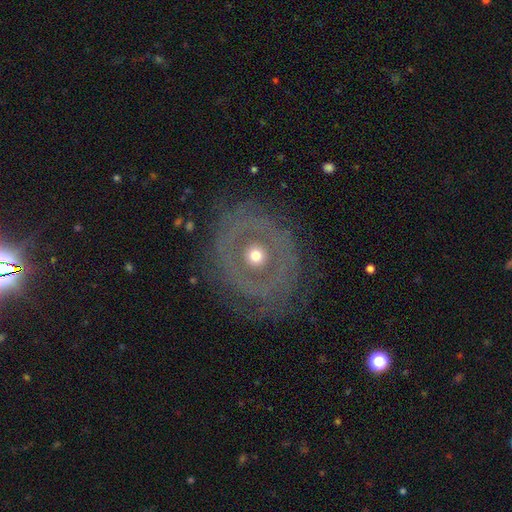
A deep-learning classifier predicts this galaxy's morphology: Smooth or featured? Predicted: featured or disk (p=0.62). Edge-on disk? Predicted: no (p=0.95). Bar? Predicted: no (p=0.90). Spiral arms? Predicted: no (p=0.71). Bulge size? Predicted: moderate (p=0.61). Merging? Predicted: none (p=0.74).